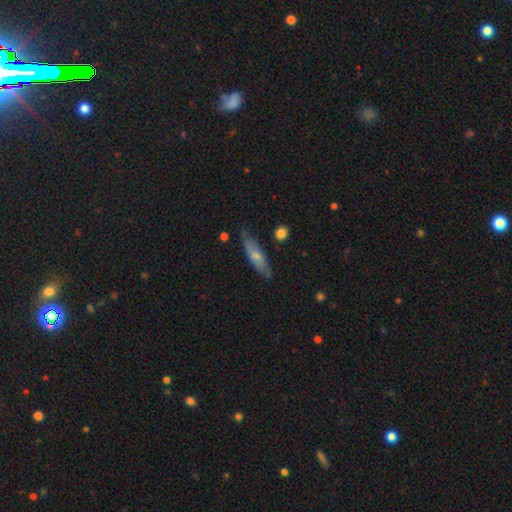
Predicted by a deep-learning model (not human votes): Smooth or featured?
  - smooth: 55% *
  - featured or disk: 39%
  - star or artifact: 6%
How rounded?
  - cigar-shaped: 64% *
  - in between: 34%
  - round: 2%
Merging?
  - none: 71% *
  - minor disturbance: 22%
  - major disturbance: 5%
  - merger: 2%